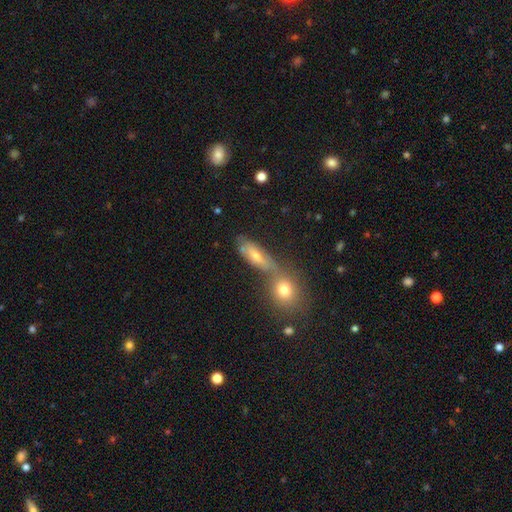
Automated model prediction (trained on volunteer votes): Smooth or featured? smooth (59%)
How rounded? in between (59%)
Merging? none (47%)